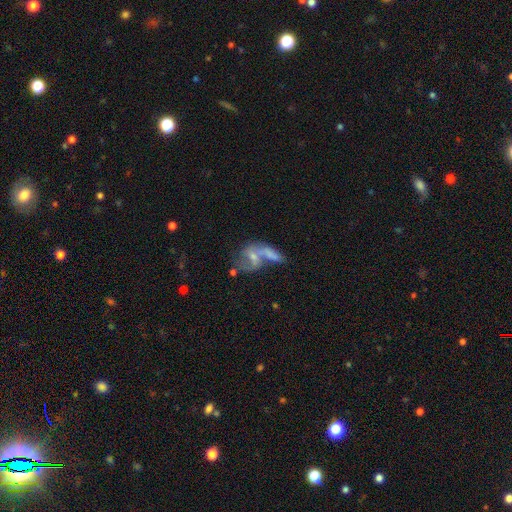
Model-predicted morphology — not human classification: Overall: featured or disk (60%; smooth 29%). Edge-on disk: no (93%). Bar: no (47%; weak 38%). Spiral arms: yes (66%; no 34%). Bulge size: small (51%; moderate 31%). Merging: merger (51%; none 24%).